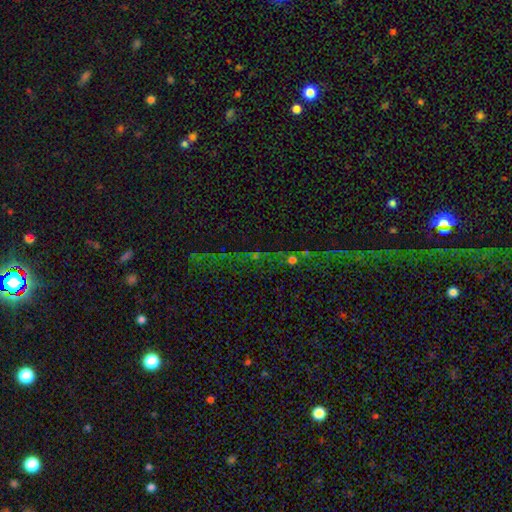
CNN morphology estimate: The model was most divided on "smooth or featured": star or artifact: 72%, featured or disk: 15%, smooth: 13%.